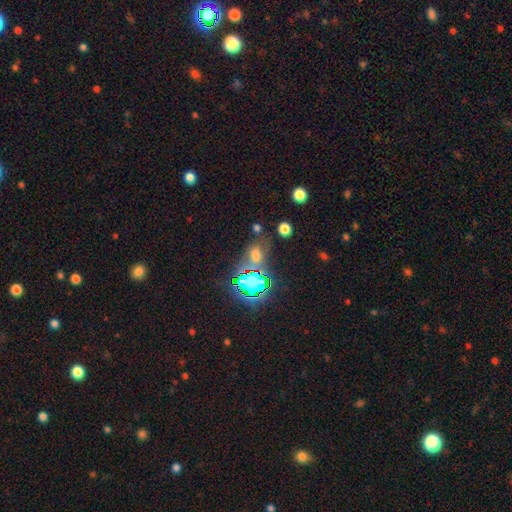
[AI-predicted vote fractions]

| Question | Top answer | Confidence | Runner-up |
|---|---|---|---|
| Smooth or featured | smooth | 47% | star or artifact (39%) |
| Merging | none | 60% | minor disturbance (17%) |